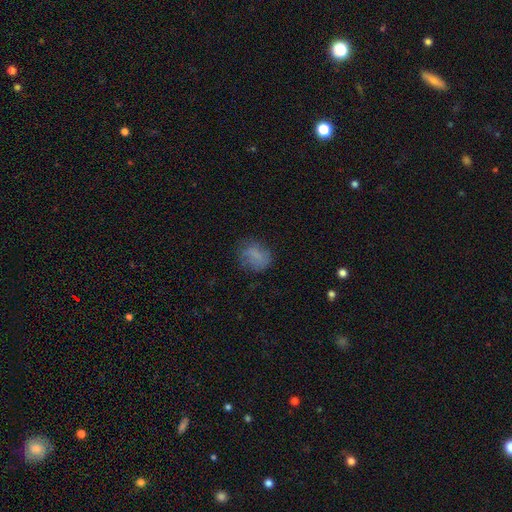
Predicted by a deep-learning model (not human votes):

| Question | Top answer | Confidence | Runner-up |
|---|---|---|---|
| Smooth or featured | smooth | 73% | featured or disk (15%) |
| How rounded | round | 52% | in between (46%) |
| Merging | none | 64% | minor disturbance (23%) |